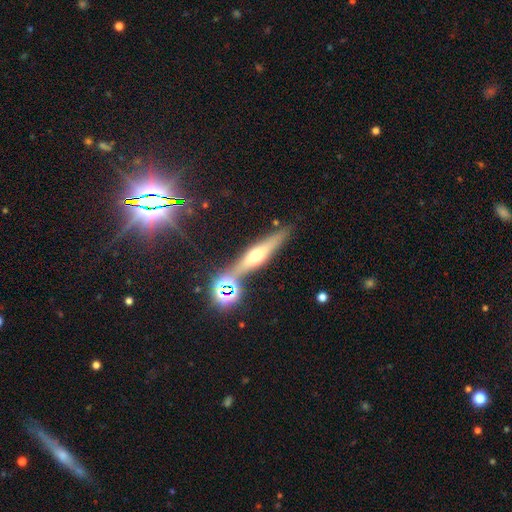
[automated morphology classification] Q: Smooth or featured?
A: featured or disk (55%); runner-up: smooth (32%)
Q: Edge-on disk?
A: yes (91%); runner-up: no (9%)
Q: Merging?
A: none (77%); runner-up: minor disturbance (11%)